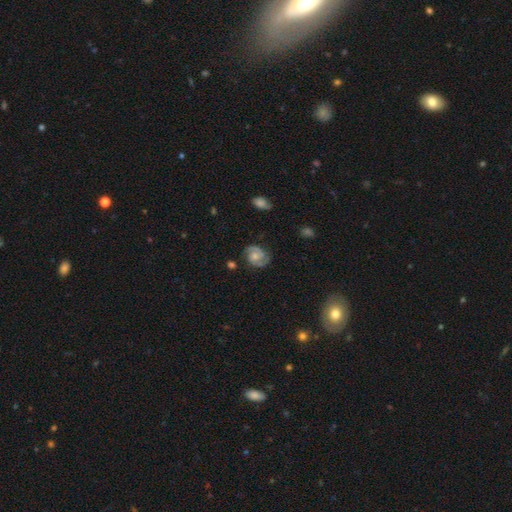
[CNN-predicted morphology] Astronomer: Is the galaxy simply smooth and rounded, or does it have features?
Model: featured or disk — 82%.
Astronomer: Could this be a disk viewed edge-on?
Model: no — 98%.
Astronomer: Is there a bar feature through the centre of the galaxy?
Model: no — 58% (runner-up: weak, 36%).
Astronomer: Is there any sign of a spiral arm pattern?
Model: yes — 96%.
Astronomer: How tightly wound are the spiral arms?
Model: medium — 45%, tied with tight at 45%.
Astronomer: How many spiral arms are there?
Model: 2 — 87%.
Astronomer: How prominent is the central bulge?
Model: moderate — 46% (runner-up: small, 39%).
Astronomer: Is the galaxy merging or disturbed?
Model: none — 77%.